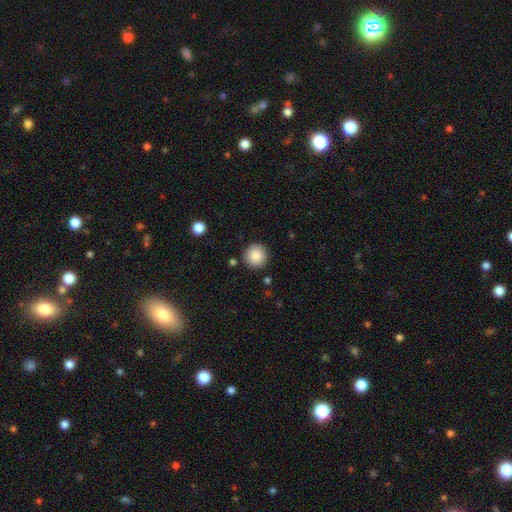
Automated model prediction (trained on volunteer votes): Smooth or featured?
  - smooth: 88% *
  - star or artifact: 8%
  - featured or disk: 4%
How rounded?
  - round: 95% *
  - in between: 4%
  - cigar-shaped: 1%
Merging?
  - none: 90% *
  - minor disturbance: 6%
  - major disturbance: 2%
  - merger: 2%